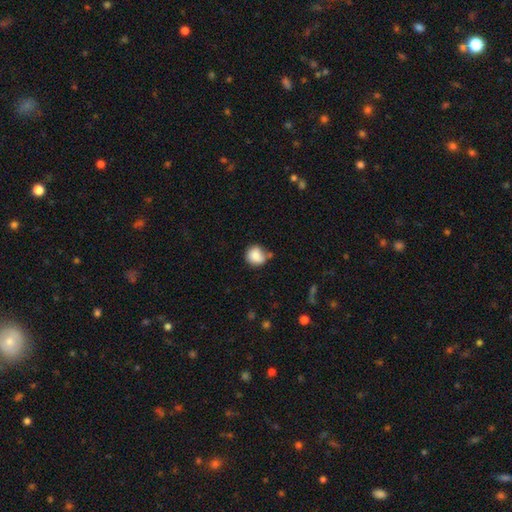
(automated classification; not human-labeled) Smooth or featured? smooth (85%)
How rounded? round (84%)
Merging? none (58%)